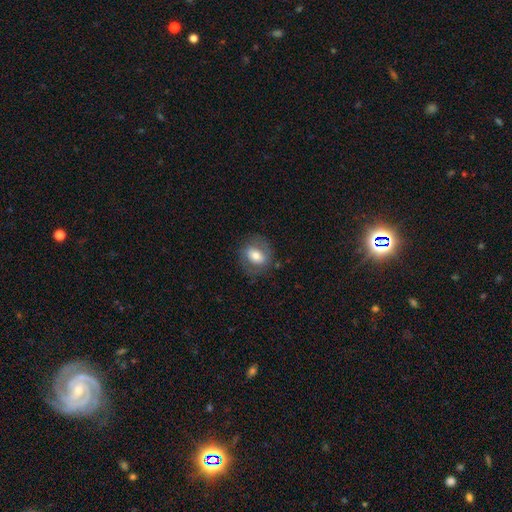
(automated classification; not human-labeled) Morphology: type=smooth (62%); roundness=in between (55%); merging=none (74%).